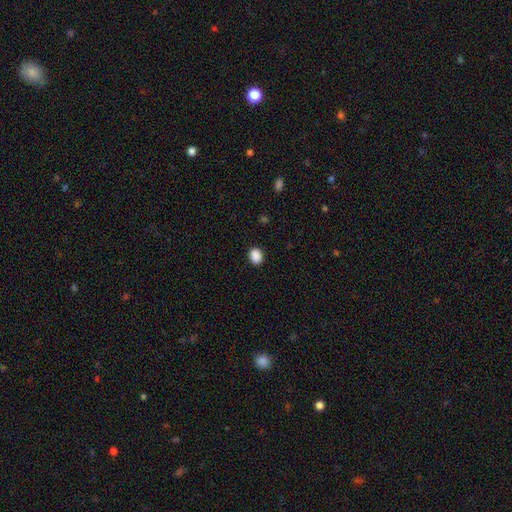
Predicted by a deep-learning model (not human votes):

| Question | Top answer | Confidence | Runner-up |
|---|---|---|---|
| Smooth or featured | smooth | 89% | star or artifact (9%) |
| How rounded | round | 51% | in between (48%) |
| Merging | none | 89% | minor disturbance (8%) |